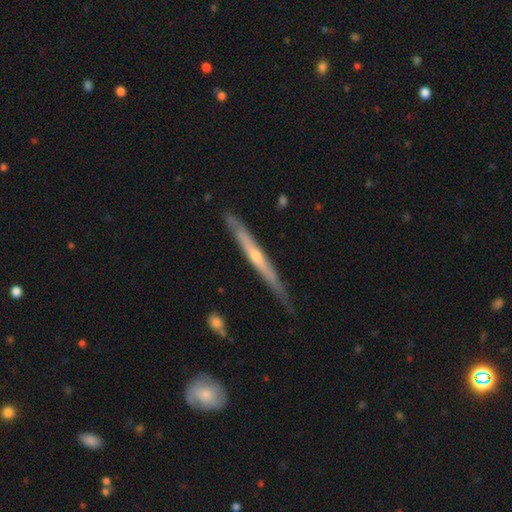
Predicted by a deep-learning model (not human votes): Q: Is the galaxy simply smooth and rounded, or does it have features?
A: featured or disk — 72%.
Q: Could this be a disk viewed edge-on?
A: yes — 94%.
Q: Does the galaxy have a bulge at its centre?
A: rounded — 58%.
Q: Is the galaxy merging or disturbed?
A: none — 76%.